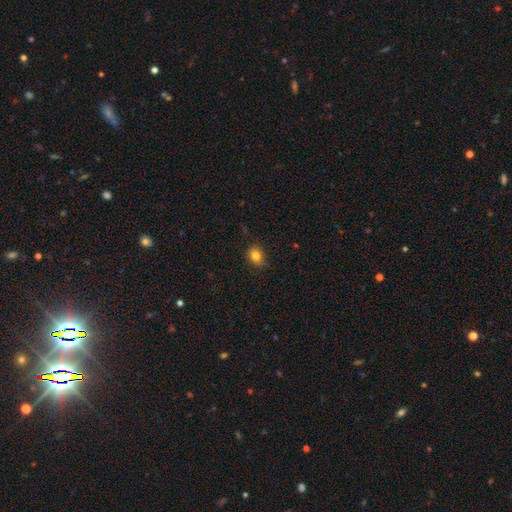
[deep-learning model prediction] smooth_or_featured: smooth (p=0.82) [alt: star or artifact p=0.12]
how_rounded: round (p=0.57) [alt: in between p=0.42]
merging: none (p=0.85) [alt: minor disturbance p=0.12]